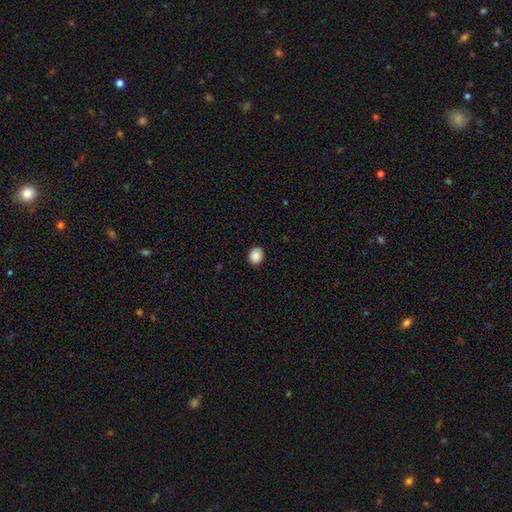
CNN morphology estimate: The model was most divided on "how rounded": round: 76%, in between: 23%, cigar-shaped: 1%. More confident: merging — none (90%); smooth or featured — smooth (89%).